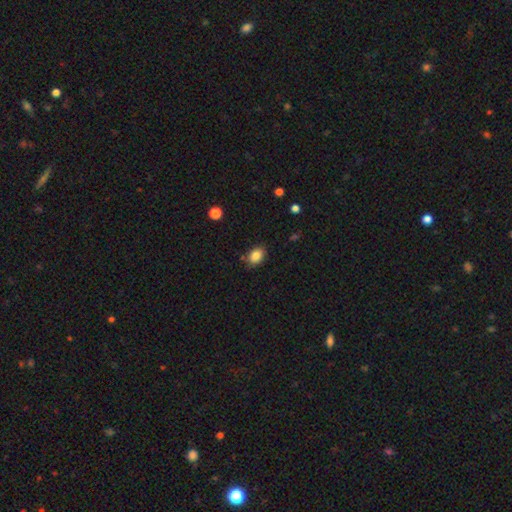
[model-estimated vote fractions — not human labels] Smooth or featured: smooth — 85% (star or artifact — 9%)
How rounded: in between — 74% (round — 25%)
Merging: none — 82% (minor disturbance — 13%)